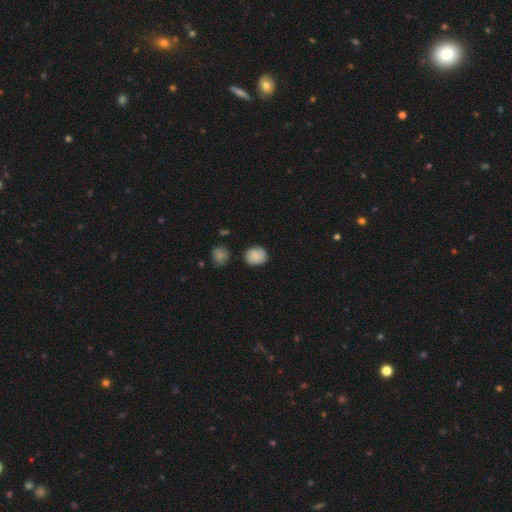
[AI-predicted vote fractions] smooth_or_featured: smooth (p=0.81) [alt: featured or disk p=0.12]
how_rounded: round (p=0.72) [alt: in between p=0.27]
merging: none (p=0.79) [alt: minor disturbance p=0.16]